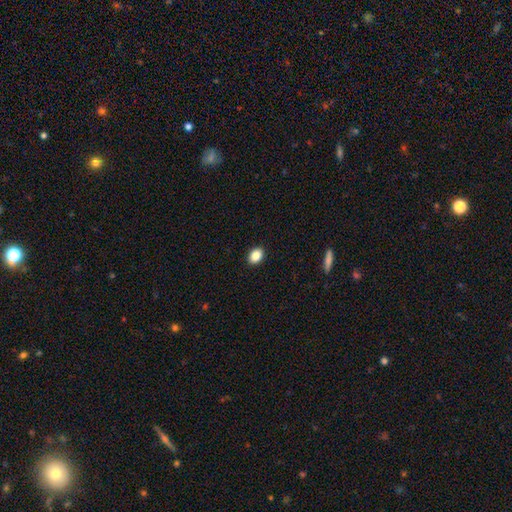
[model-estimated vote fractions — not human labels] The model was most divided on "how rounded": in between: 79%, round: 20%, cigar-shaped: 1%. More confident: merging — none (91%); smooth or featured — smooth (87%).